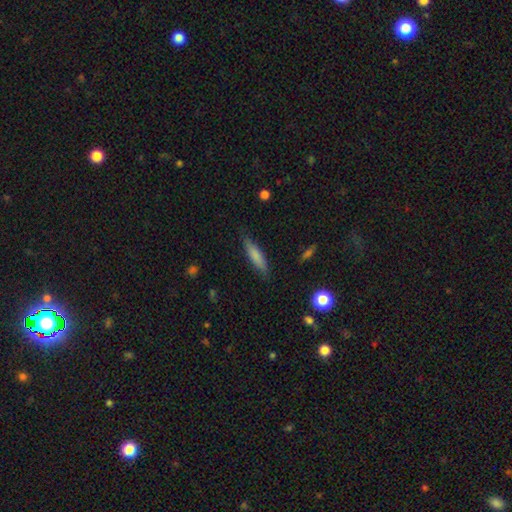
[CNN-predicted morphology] smooth 75%, featured or disk 19%, star or artifact 6%. Down the decision tree: how rounded — cigar-shaped (76%); merging — none (80%).